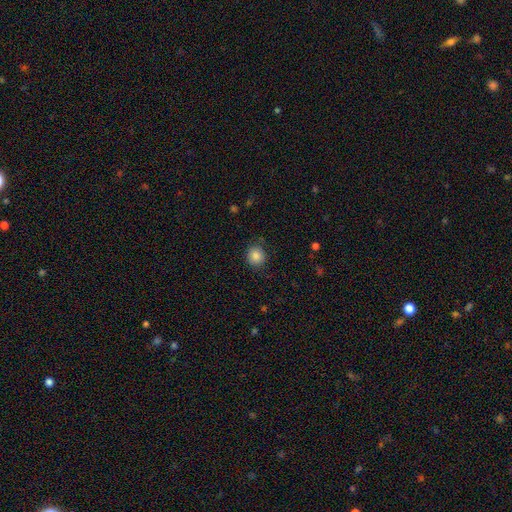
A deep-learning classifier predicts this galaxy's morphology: Overall: smooth (85%). How rounded: round (86%). Merging: none (85%).